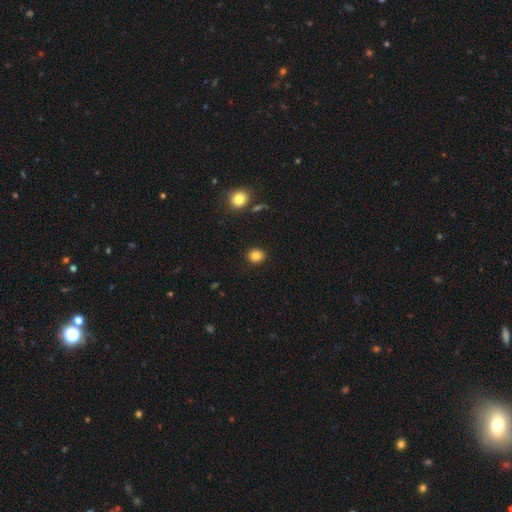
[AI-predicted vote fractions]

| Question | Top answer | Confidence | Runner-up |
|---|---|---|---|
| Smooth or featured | smooth | 84% | star or artifact (11%) |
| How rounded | round | 67% | in between (32%) |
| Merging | none | 90% | minor disturbance (7%) |